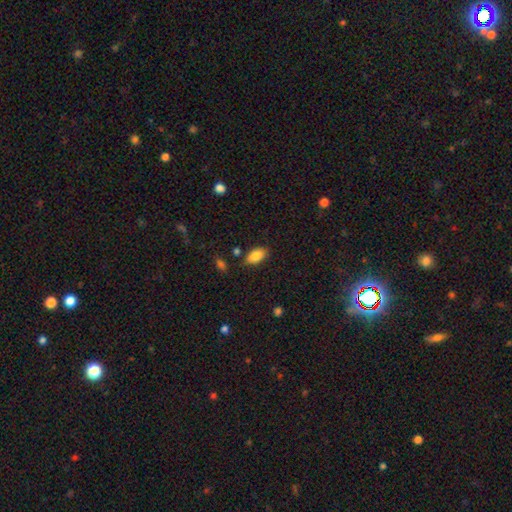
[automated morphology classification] Smooth or featured?
  - smooth: 84% *
  - featured or disk: 8%
  - star or artifact: 7%
How rounded?
  - in between: 92% *
  - round: 4%
  - cigar-shaped: 3%
Merging?
  - none: 81% *
  - minor disturbance: 13%
  - merger: 3%
  - major disturbance: 3%